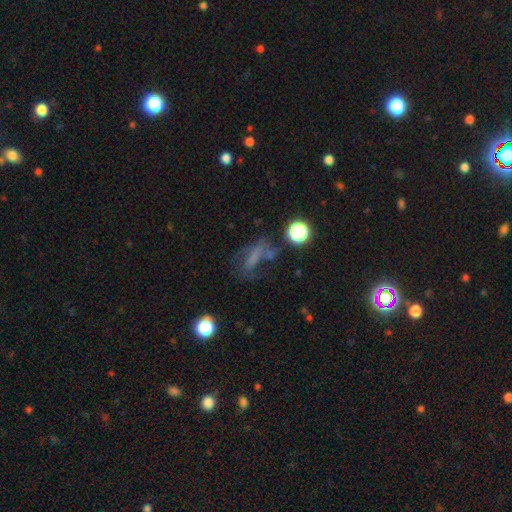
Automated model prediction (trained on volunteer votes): A smooth galaxy with no disk features (47%).

Vote fractions:
- Smooth or featured? smooth: 47% / star or artifact: 27% / featured or disk: 27%
- Merging? none: 46% / major disturbance: 24% / minor disturbance: 22% / merger: 9%